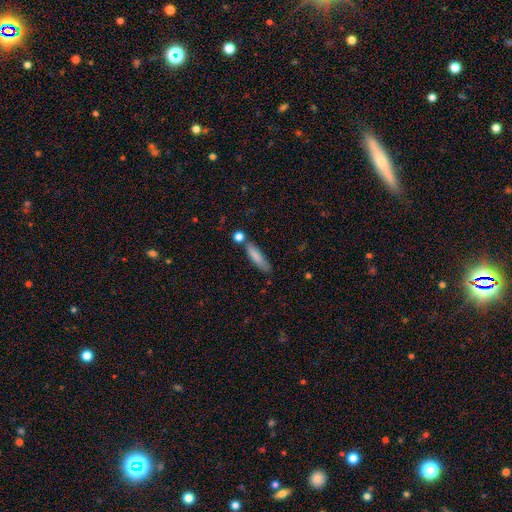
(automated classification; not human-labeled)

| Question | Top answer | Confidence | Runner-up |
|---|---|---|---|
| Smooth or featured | smooth | 80% | featured or disk (13%) |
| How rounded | cigar-shaped | 74% | in between (24%) |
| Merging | none | 68% | minor disturbance (17%) |